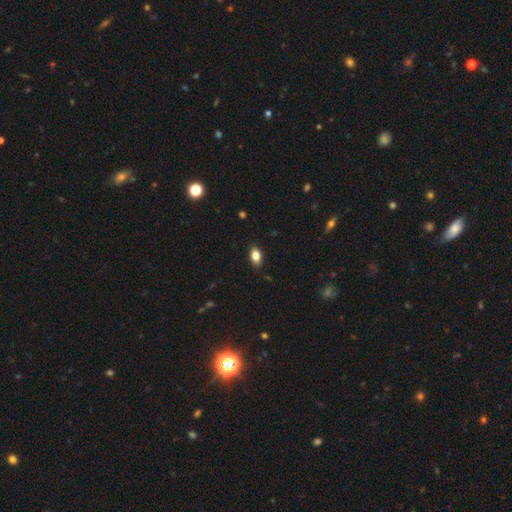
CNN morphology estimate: This is clearly a smooth galaxy (84%). How rounded: clearly in between (87%). Merging: clearly none (86%).